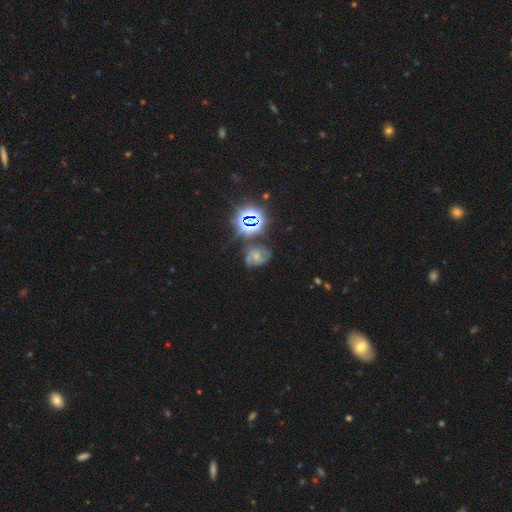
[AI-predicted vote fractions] This appears to be a featured or disk galaxy (53%) with no bar (58%), spiral arms (86%) and a small central bulge (46%). Merging: none (53%).